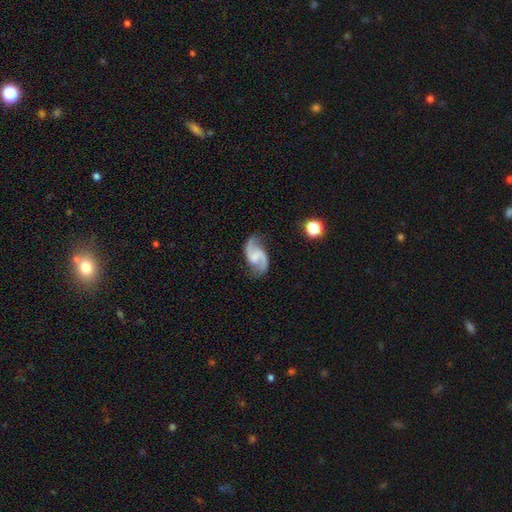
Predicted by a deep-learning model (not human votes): This is clearly a featured or disk galaxy (88%). It is clearly not viewed edge-on (98%). Bar: possibly weak (48%). Spiral arm pattern: clearly yes (97%). Spiral arm count: clearly 2 (93%). Spiral winding: possibly loose (47%). Central bulge: possibly none (48%). Merging: likely none (75%).